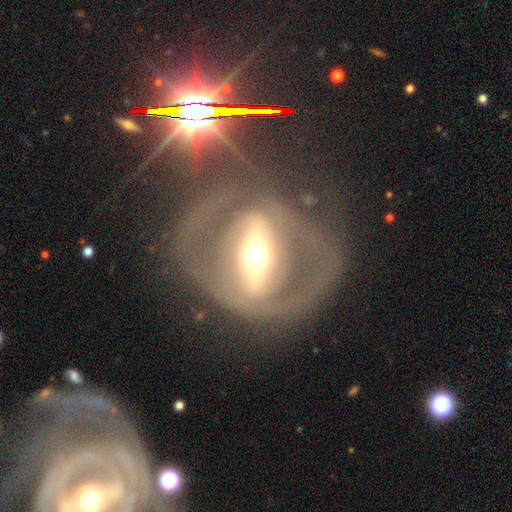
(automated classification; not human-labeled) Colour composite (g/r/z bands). It shows a featured or disk galaxy (77%) with a strong bar (75%), no spiral arms (58%) and a moderate central bulge (65%). Merging: none (65%).